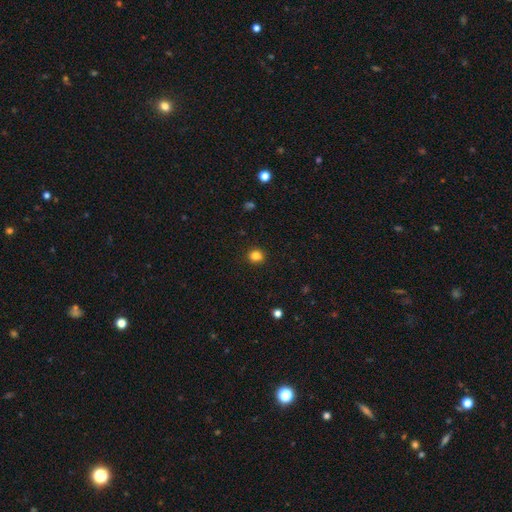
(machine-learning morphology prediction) This is clearly a smooth galaxy (83%). How rounded: clearly round (89%). Merging: clearly none (92%).